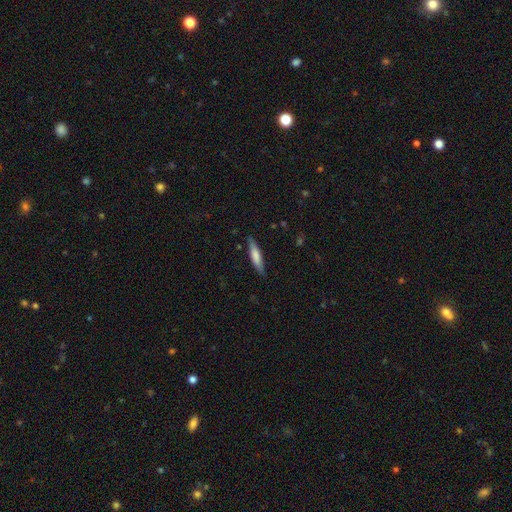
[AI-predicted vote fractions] Overall: smooth (70%). How rounded: cigar-shaped (82%). Merging: none (84%).